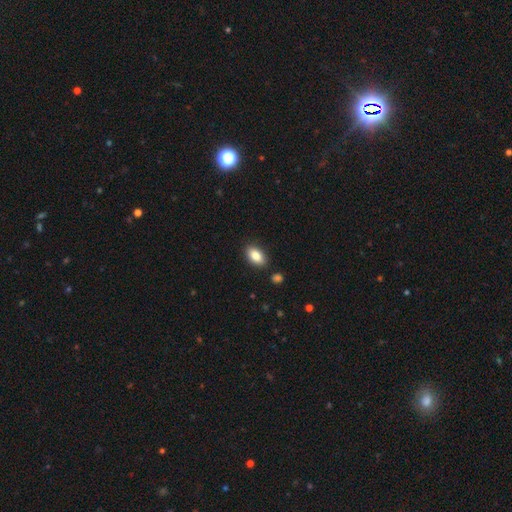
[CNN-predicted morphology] smooth_or_featured: smooth (p=0.86) [alt: star or artifact p=0.07]
how_rounded: in between (p=0.92) [alt: round p=0.06]
merging: none (p=0.87) [alt: minor disturbance p=0.09]